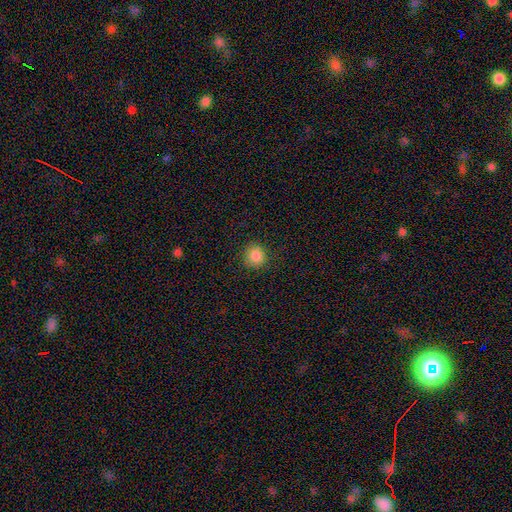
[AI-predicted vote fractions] smooth-or-featured: smooth: 86% | star or artifact: 10% | featured or disk: 4%
  how-rounded: round: 87% | in between: 12% | cigar-shaped: 1%
  merging: none: 88% | minor disturbance: 8% | major disturbance: 3% | merger: 1%